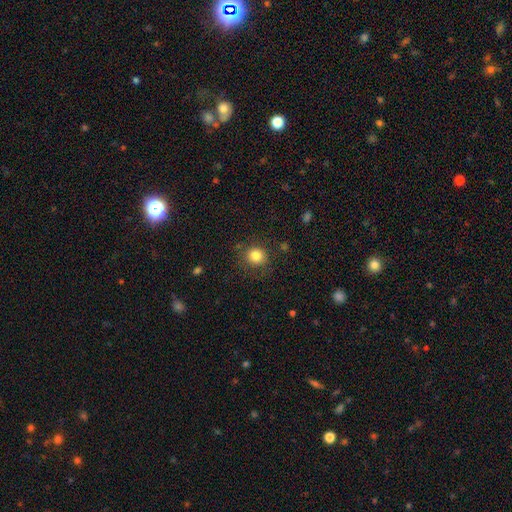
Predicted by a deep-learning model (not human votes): Smooth or featured?
  - smooth: 82% *
  - star or artifact: 12%
  - featured or disk: 6%
How rounded?
  - round: 89% *
  - in between: 10%
  - cigar-shaped: 1%
Merging?
  - none: 84% *
  - minor disturbance: 10%
  - major disturbance: 4%
  - merger: 2%